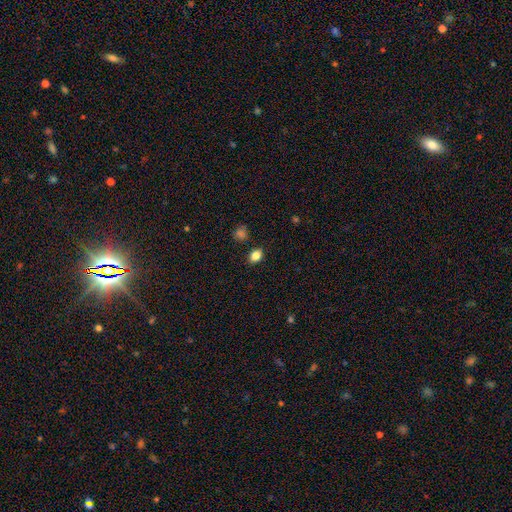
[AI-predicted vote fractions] Smooth or featured? smooth (84%)
How rounded? in between (67%)
Merging? none (85%)